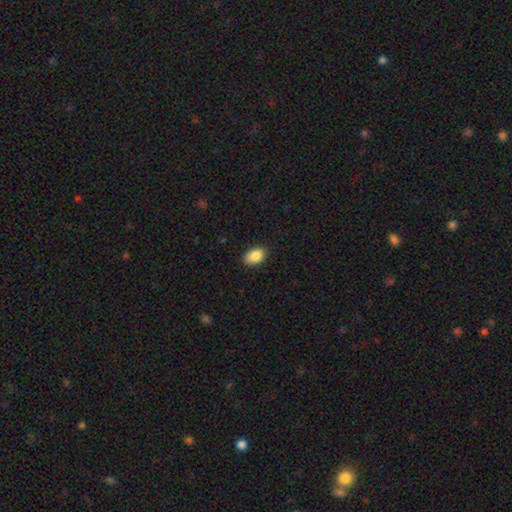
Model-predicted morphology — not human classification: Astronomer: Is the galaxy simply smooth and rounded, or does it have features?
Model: smooth — 87%.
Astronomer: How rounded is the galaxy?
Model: in between — 86%.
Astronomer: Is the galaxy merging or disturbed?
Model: none — 85%.